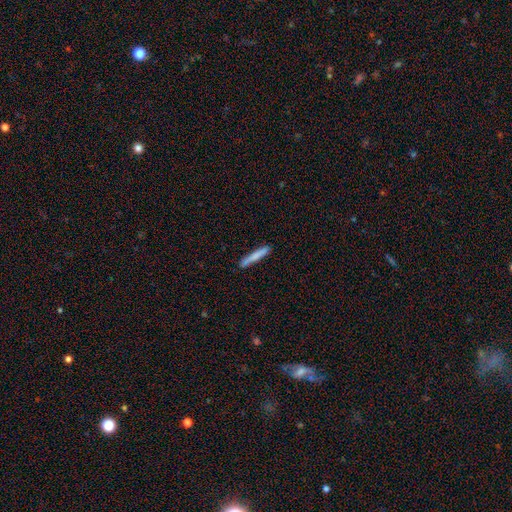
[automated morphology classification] Smooth or featured?
  - smooth: 77% *
  - featured or disk: 17%
  - star or artifact: 6%
How rounded?
  - cigar-shaped: 95% *
  - in between: 4%
  - round: 1%
Merging?
  - none: 87% *
  - minor disturbance: 9%
  - major disturbance: 2%
  - merger: 2%